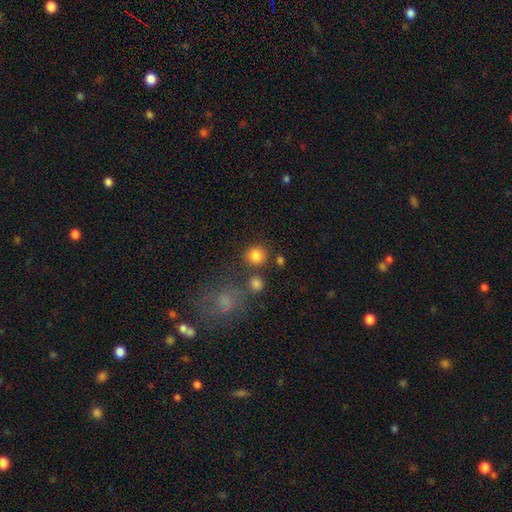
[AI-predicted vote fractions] This appears to be a smooth galaxy with no disk features (83%) that is round (92%). Merging: none (78%).